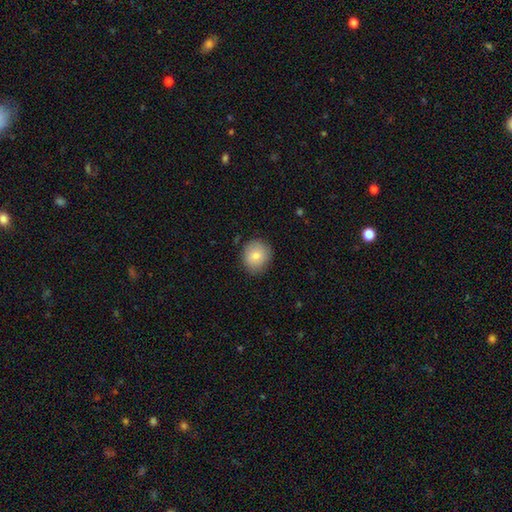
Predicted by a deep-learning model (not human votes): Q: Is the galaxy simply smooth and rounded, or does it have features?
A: smooth — 81%.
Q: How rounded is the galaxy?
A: round — 83%.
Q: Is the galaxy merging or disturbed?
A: none — 84%.